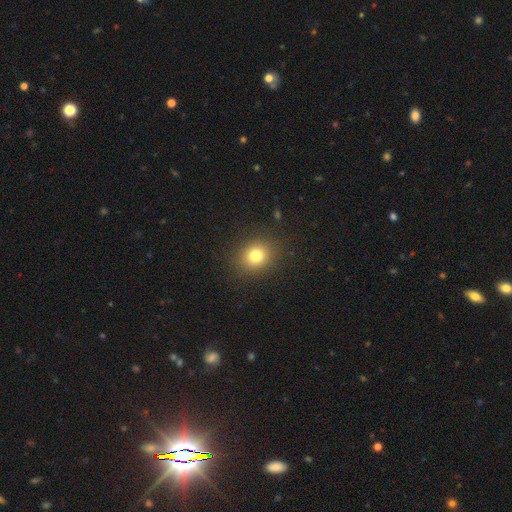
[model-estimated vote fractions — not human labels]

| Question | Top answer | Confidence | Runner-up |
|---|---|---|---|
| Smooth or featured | smooth | 78% | star or artifact (13%) |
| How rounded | round | 73% | in between (26%) |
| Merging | none | 88% | minor disturbance (7%) |